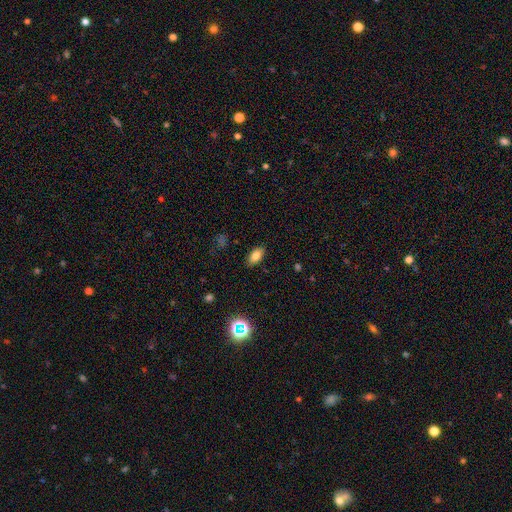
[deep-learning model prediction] smooth 81%, star or artifact 11%, featured or disk 8%. Down the decision tree: how rounded — in between (90%); merging — none (87%).